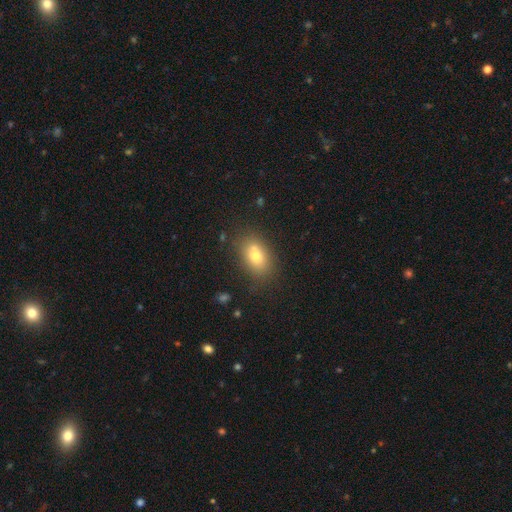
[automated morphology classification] This appears to be a smooth galaxy with no disk features (73%) that is in between round and cigar-shaped (82%). Merging: none (69%).